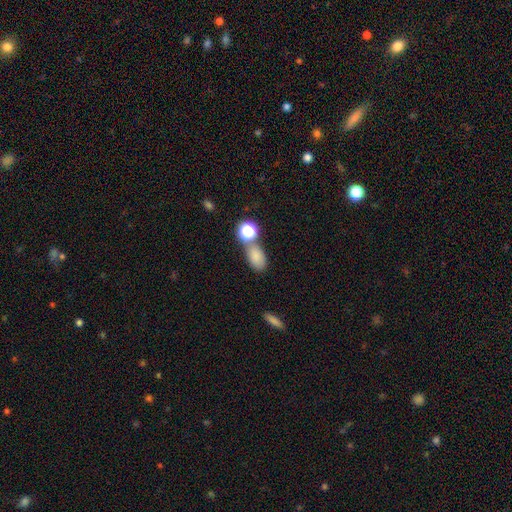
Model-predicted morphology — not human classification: This is likely a smooth galaxy (79%). How rounded: clearly in between (85%). Merging: possibly none (57%).